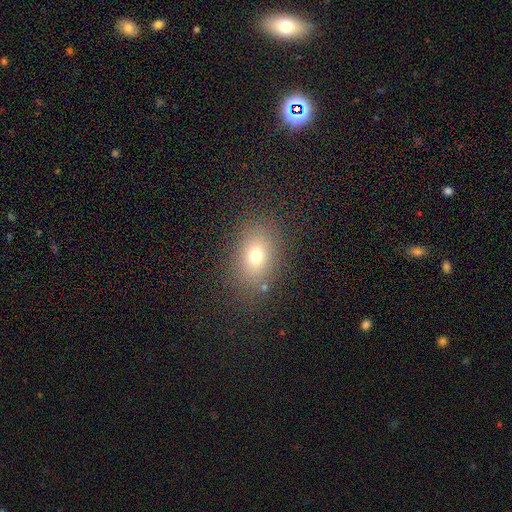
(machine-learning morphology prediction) Q: Smooth or featured?
A: smooth (71%); runner-up: star or artifact (15%)
Q: How rounded?
A: in between (71%); runner-up: round (27%)
Q: Merging?
A: none (83%); runner-up: minor disturbance (10%)